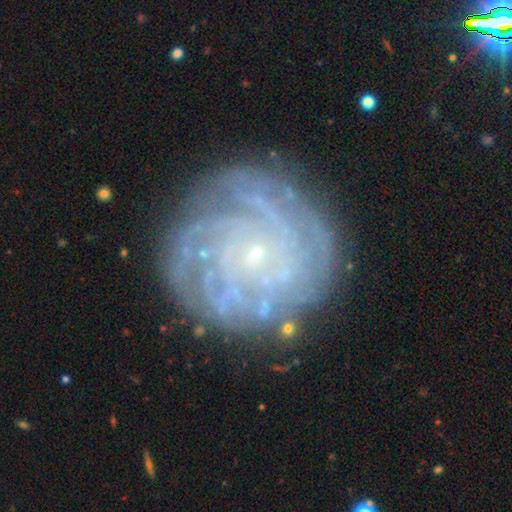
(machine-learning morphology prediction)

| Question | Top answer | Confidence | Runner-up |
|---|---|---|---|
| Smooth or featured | featured or disk | 83% | smooth (9%) |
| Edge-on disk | no | 98% | yes (2%) |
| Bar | no | 80% | weak (15%) |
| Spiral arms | yes | 95% | no (5%) |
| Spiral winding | tight | 82% | medium (14%) |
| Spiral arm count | can't tell | 28% | more than 4 (24%) |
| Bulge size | small | 88% | moderate (7%) |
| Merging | none | 81% | minor disturbance (13%) |